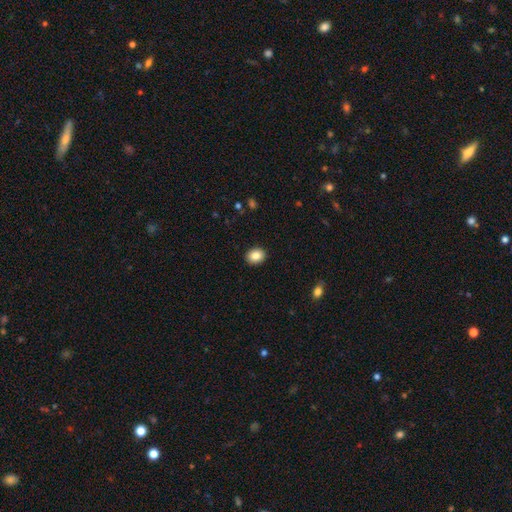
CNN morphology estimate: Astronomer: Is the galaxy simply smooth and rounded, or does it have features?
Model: smooth — 85%.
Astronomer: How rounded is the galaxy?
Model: round — 54% (runner-up: in between, 45%).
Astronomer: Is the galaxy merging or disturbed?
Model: none — 91%.